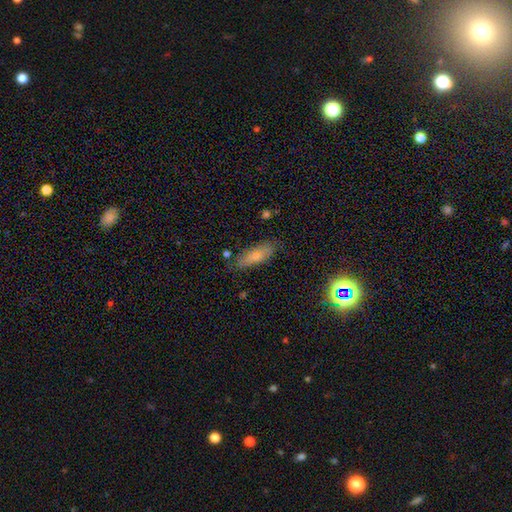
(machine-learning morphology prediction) A smooth galaxy with no disk features (70%) that is in between round and cigar-shaped (57%).

Vote fractions:
- Smooth or featured? smooth: 70% / featured or disk: 23% / star or artifact: 8%
- How rounded? in between: 57% / cigar-shaped: 40% / round: 3%
- Merging? none: 78% / minor disturbance: 16% / major disturbance: 3% / merger: 3%